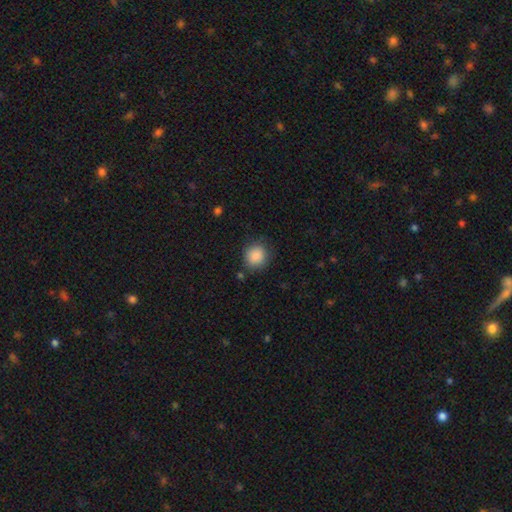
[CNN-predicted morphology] smooth_or_featured: smooth (p=0.88) [alt: star or artifact p=0.08]
how_rounded: round (p=0.83) [alt: in between p=0.16]
merging: none (p=0.82) [alt: minor disturbance p=0.12]